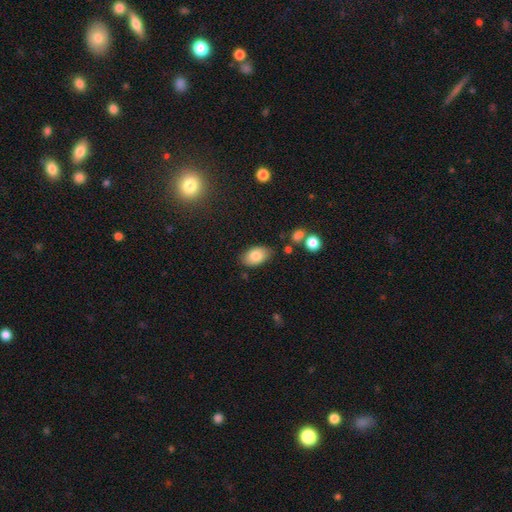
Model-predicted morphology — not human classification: Q: Smooth or featured?
A: smooth (81%); runner-up: featured or disk (11%)
Q: How rounded?
A: in between (91%); runner-up: round (7%)
Q: Merging?
A: none (81%); runner-up: minor disturbance (13%)